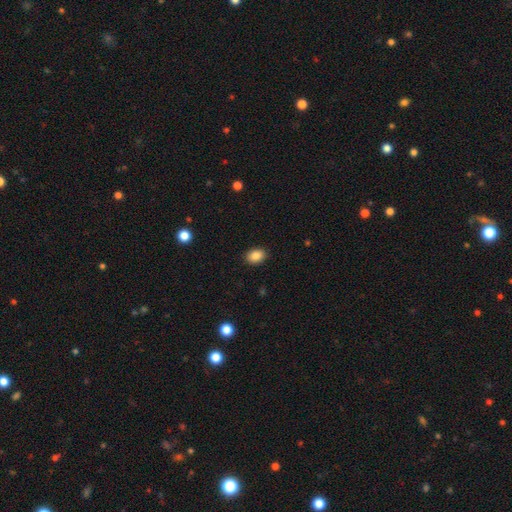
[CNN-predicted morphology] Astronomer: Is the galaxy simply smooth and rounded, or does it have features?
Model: smooth — 87%.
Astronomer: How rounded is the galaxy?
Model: in between — 72%.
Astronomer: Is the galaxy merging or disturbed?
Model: none — 89%.